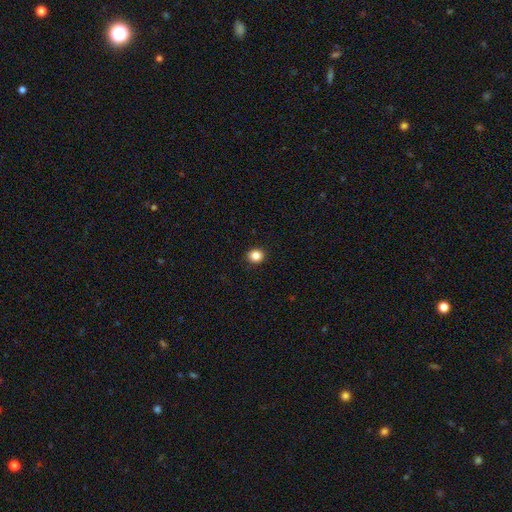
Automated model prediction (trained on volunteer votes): The model was most divided on "how rounded": round: 85%, in between: 15%, cigar-shaped: 1%. More confident: merging — none (92%); smooth or featured — smooth (86%).